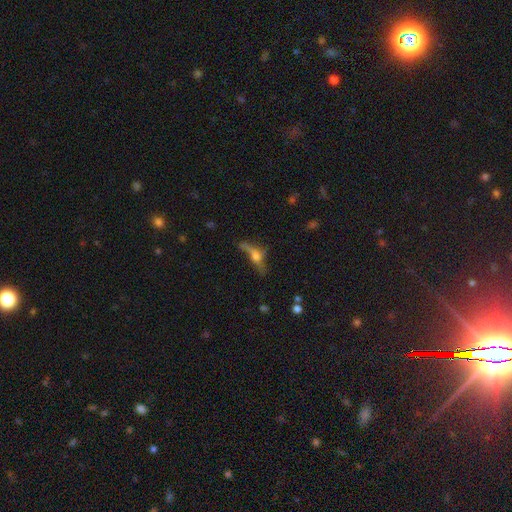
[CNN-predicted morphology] The model was most divided on "merging": none: 43%, major disturbance: 28%, minor disturbance: 21%, merger: 8%. More confident: edge-on disk — yes (64%); smooth or featured — featured or disk (51%).